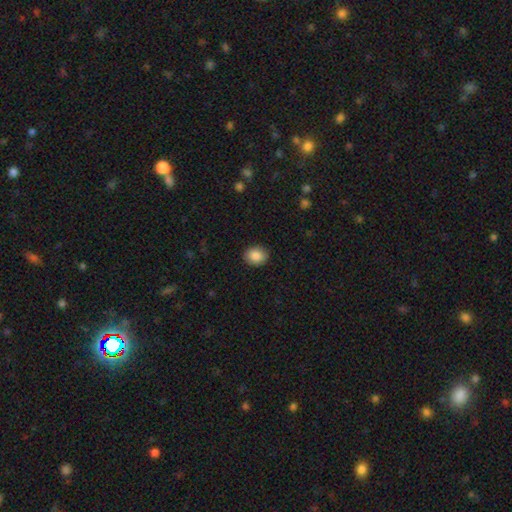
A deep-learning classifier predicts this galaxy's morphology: A smooth galaxy with no disk features (88%) that is round (57%). Merging: none (90%).